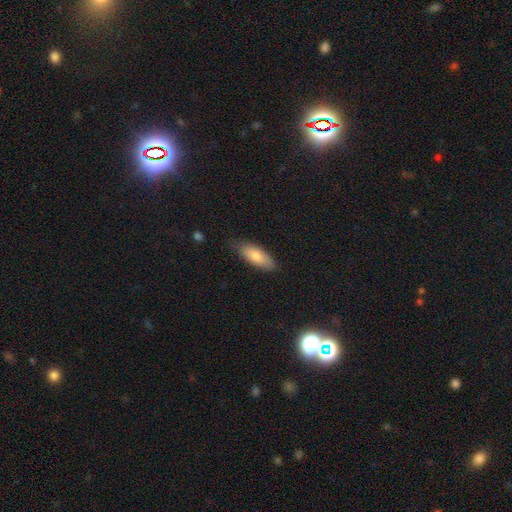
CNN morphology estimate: This appears to be a smooth galaxy with no disk features (79%) that is in between round and cigar-shaped (70%). Merging: none (76%).